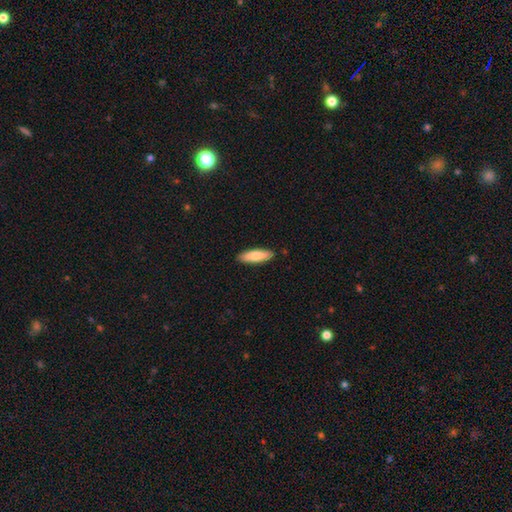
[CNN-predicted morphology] This appears to be a smooth galaxy with no disk features (79%) that is cigar-shaped (52%). Merging: none (89%).